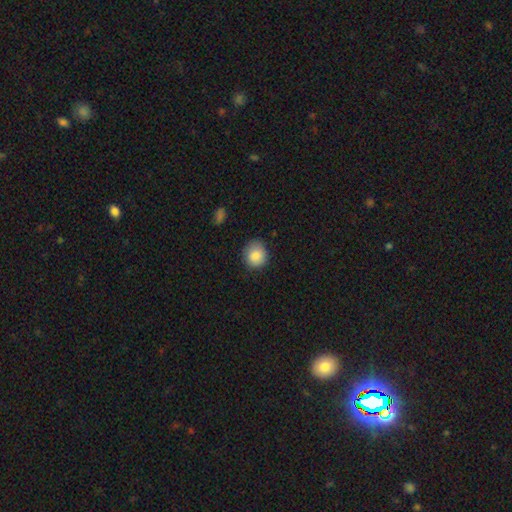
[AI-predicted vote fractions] smooth 87%, star or artifact 8%, featured or disk 6%. Down the decision tree: how rounded — round (80%); merging — none (78%).